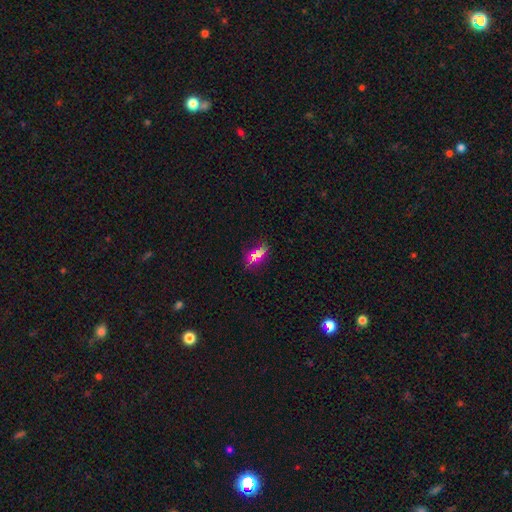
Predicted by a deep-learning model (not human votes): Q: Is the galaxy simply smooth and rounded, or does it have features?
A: smooth — 55%.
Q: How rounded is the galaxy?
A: in between — 62%.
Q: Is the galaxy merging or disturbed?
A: none — 76%.